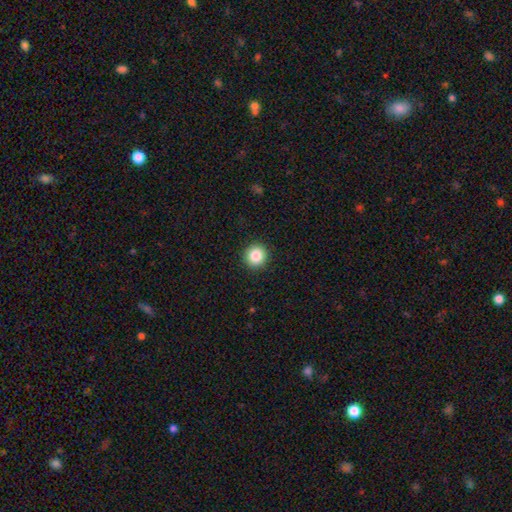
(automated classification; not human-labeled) A smooth galaxy with no disk features (86%) that is round (94%). Merging: none (93%).